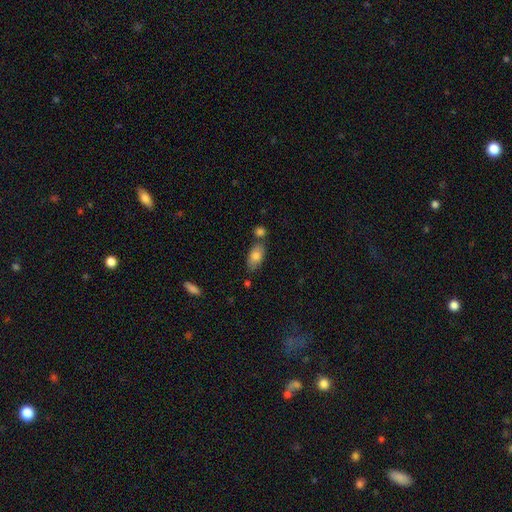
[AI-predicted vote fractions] smooth 79%, featured or disk 14%, star or artifact 7%. Down the decision tree: how rounded — in between (89%); merging — none (64%).